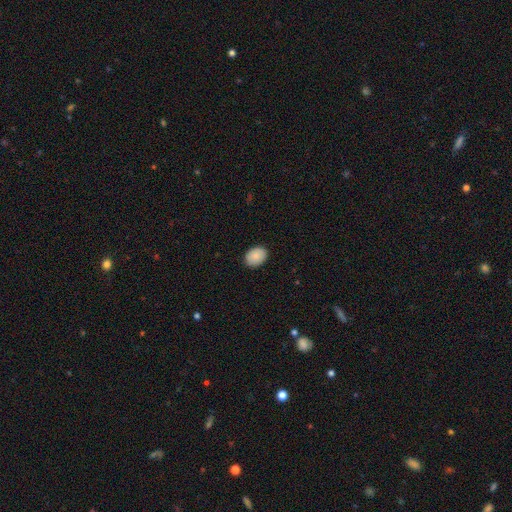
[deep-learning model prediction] Smooth or featured?
  - smooth: 87% *
  - star or artifact: 7%
  - featured or disk: 6%
How rounded?
  - in between: 72% *
  - round: 27%
  - cigar-shaped: 1%
Merging?
  - none: 89% *
  - minor disturbance: 9%
  - major disturbance: 2%
  - merger: 1%